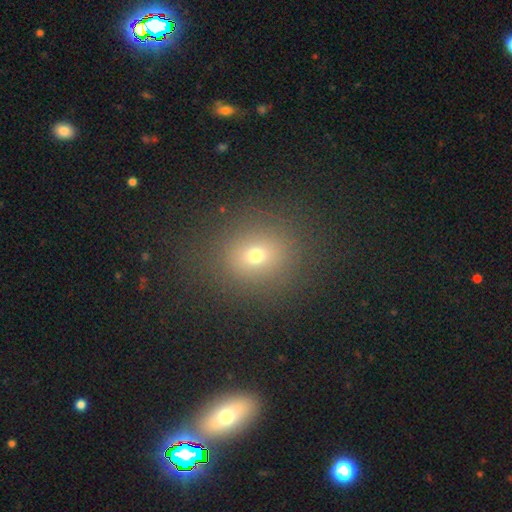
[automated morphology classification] smooth 68%, star or artifact 20%, featured or disk 12%. Down the decision tree: how rounded — round (76%); merging — none (85%).